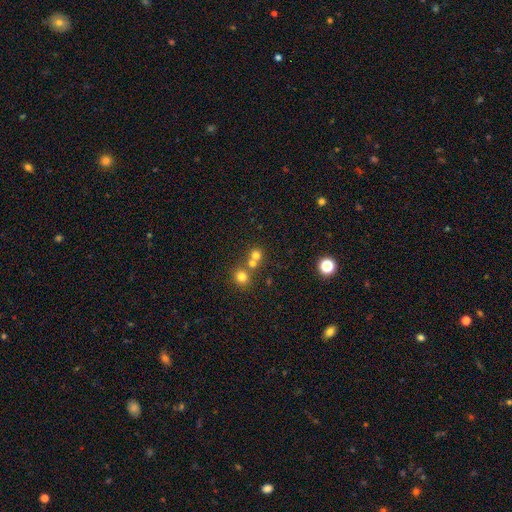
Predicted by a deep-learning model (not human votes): Smooth or featured? smooth (70%)
How rounded? round (86%)
Merging? none (48%)